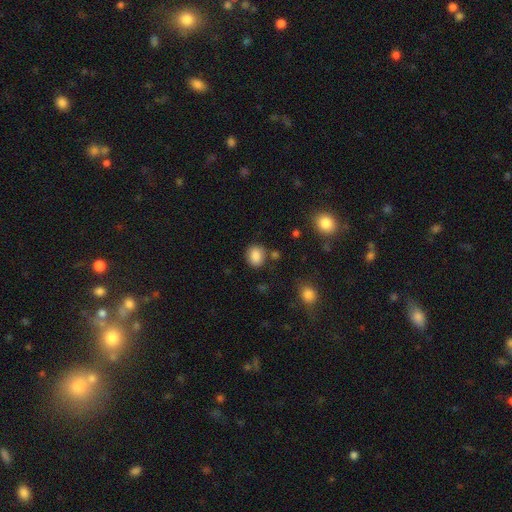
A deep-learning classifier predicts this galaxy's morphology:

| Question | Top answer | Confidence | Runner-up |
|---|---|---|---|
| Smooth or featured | smooth | 85% | star or artifact (10%) |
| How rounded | round | 61% | in between (38%) |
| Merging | none | 79% | minor disturbance (12%) |